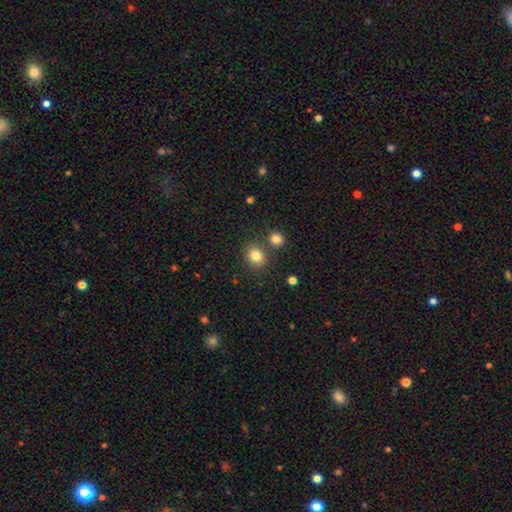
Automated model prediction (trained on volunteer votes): A smooth galaxy with no disk features (82%) that is round (65%). Merging: none (75%).